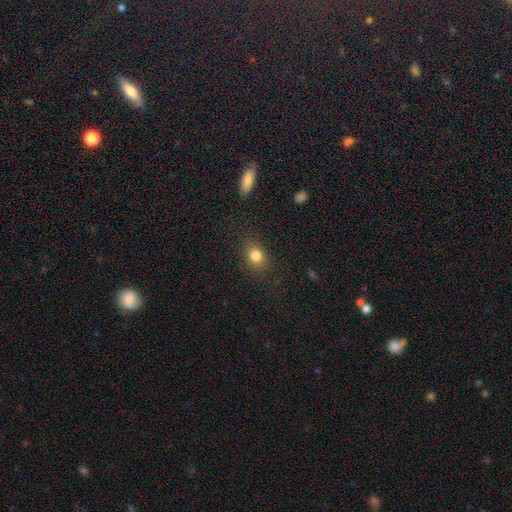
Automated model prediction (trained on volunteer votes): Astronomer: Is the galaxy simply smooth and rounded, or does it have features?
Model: smooth — 80%.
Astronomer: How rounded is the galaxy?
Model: round — 53% (runner-up: in between, 45%).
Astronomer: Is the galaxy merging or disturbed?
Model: none — 81%.